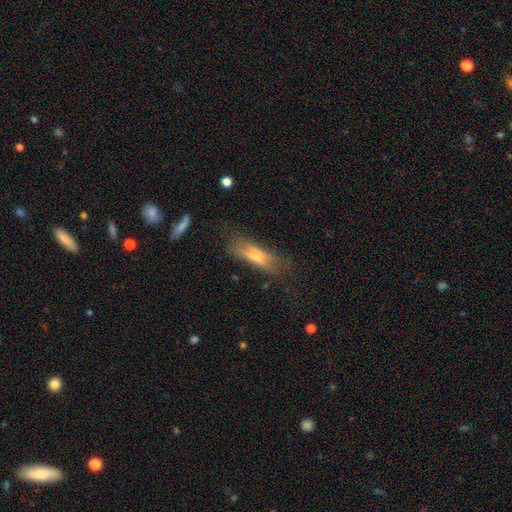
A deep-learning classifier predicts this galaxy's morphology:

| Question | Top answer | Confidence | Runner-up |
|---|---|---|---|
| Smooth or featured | smooth | 51% | featured or disk (41%) |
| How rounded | cigar-shaped | 60% | in between (38%) |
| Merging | none | 61% | minor disturbance (23%) |